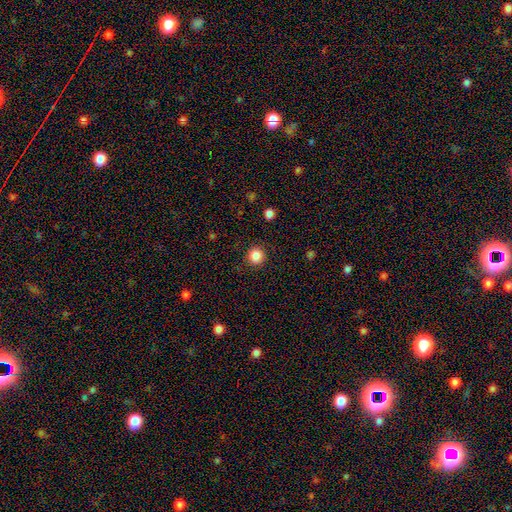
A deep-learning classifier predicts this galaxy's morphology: This is clearly a smooth galaxy (86%). How rounded: clearly round (92%). Merging: clearly none (90%).